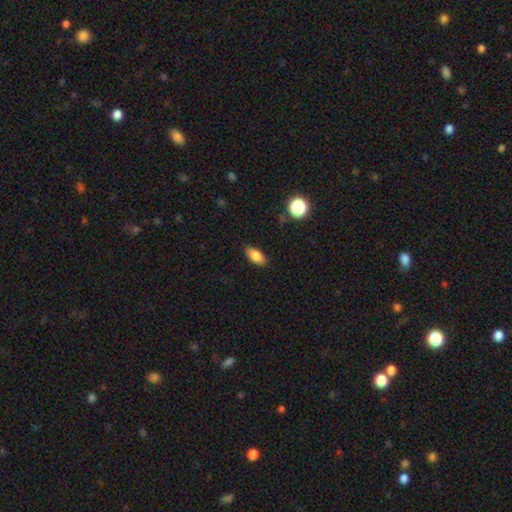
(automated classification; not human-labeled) This appears to be a smooth galaxy with no disk features (82%) that is in between round and cigar-shaped (86%). Merging: none (86%).